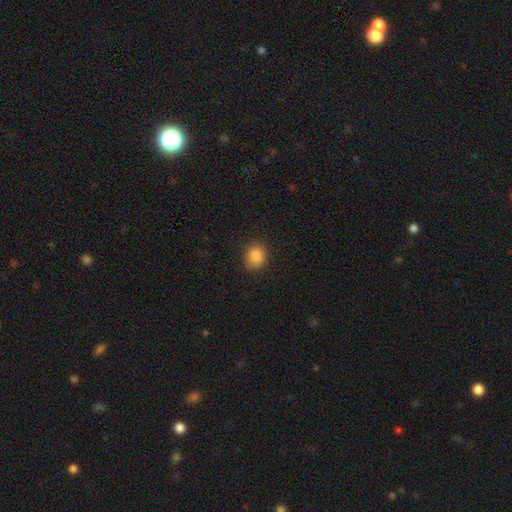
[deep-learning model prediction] A smooth galaxy with no disk features (86%) that is round (67%). Merging: none (81%).